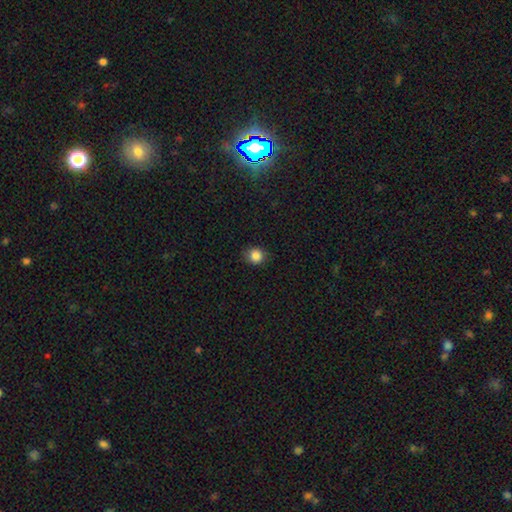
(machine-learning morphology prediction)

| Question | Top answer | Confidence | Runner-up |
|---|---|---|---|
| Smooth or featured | smooth | 85% | star or artifact (11%) |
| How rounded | round | 85% | in between (14%) |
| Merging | none | 85% | minor disturbance (12%) |